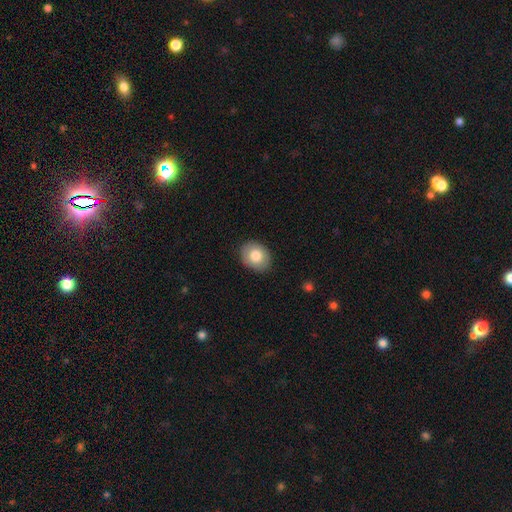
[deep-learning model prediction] Smooth or featured: smooth — 79% (featured or disk — 13%)
How rounded: in between — 53% (round — 46%)
Merging: none — 88% (minor disturbance — 9%)